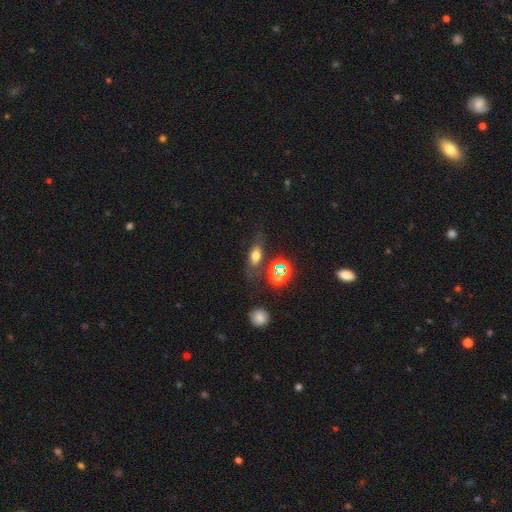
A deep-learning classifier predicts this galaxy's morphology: The model was most divided on "smooth or featured": smooth: 56%, featured or disk: 24%, star or artifact: 21%. More confident: merging — none (63%); how rounded — in between (63%).